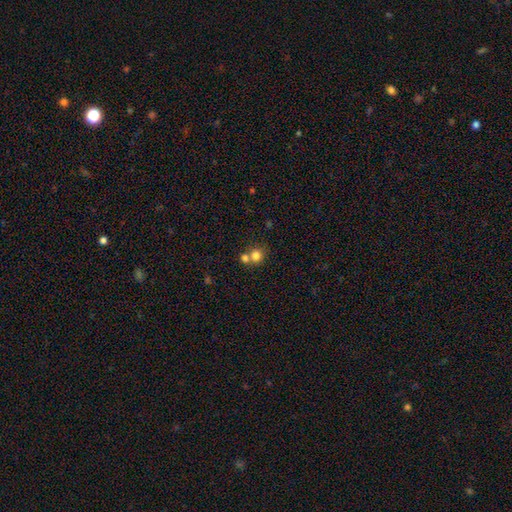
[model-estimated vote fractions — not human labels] Morphology: type=smooth (79%); roundness=round (86%); merging=none (47%).